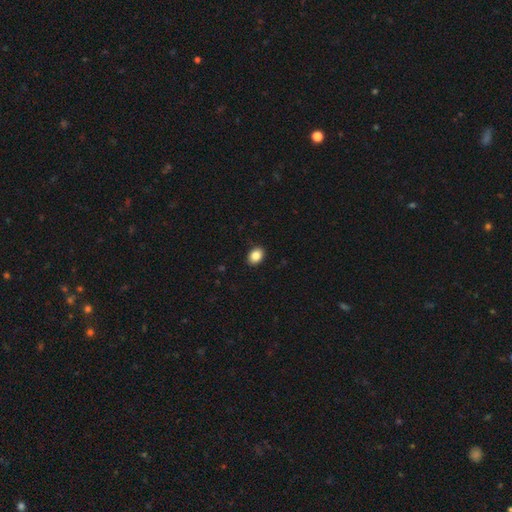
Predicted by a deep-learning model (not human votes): smooth-or-featured: smooth: 87% | star or artifact: 8% | featured or disk: 5%
  how-rounded: in between: 71% | round: 28% | cigar-shaped: 1%
  merging: none: 90% | minor disturbance: 7% | major disturbance: 2% | merger: 1%